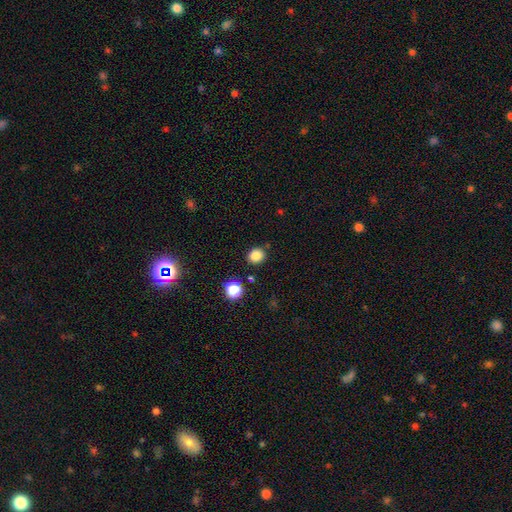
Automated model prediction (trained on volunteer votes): The model was most divided on "how rounded": round: 73%, in between: 27%, cigar-shaped: 1%. More confident: merging — none (85%); smooth or featured — smooth (83%).